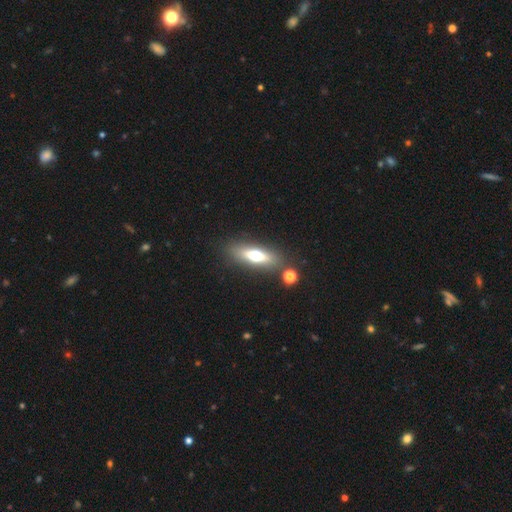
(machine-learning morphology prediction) A smooth galaxy with no disk features (54%) that is cigar-shaped (51%).

Vote fractions:
- Smooth or featured? smooth: 54% / featured or disk: 37% / star or artifact: 9%
- How rounded? cigar-shaped: 51% / in between: 45% / round: 4%
- Merging? none: 78% / minor disturbance: 10% / merger: 8% / major disturbance: 4%